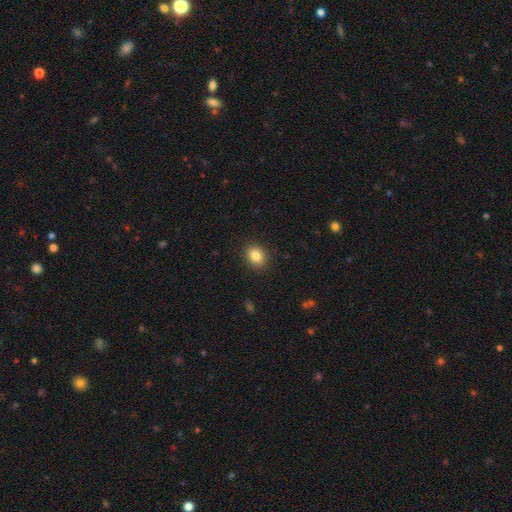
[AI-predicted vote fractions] The model was most divided on "how rounded": round: 57%, in between: 42%, cigar-shaped: 1%. More confident: merging — none (89%); smooth or featured — smooth (84%).